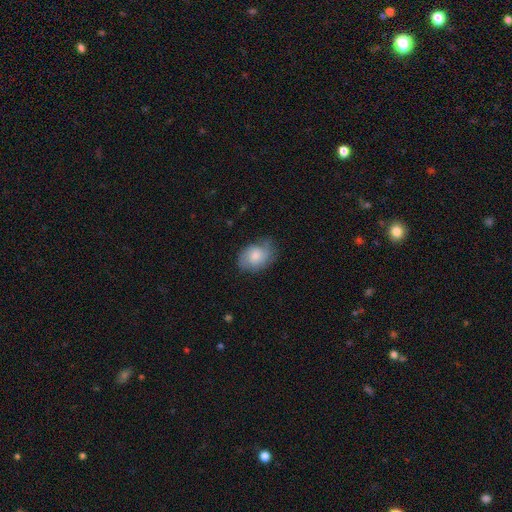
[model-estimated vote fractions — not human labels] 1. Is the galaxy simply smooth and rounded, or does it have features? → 50% smooth, 43% featured or disk, 7% star or artifact.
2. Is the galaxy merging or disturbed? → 61% none, 28% minor disturbance, 10% major disturbance, 1% merger.